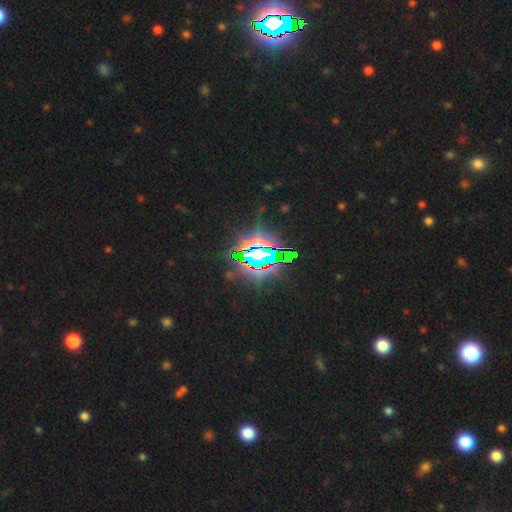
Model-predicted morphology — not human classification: Smooth or featured? star or artifact (78%)